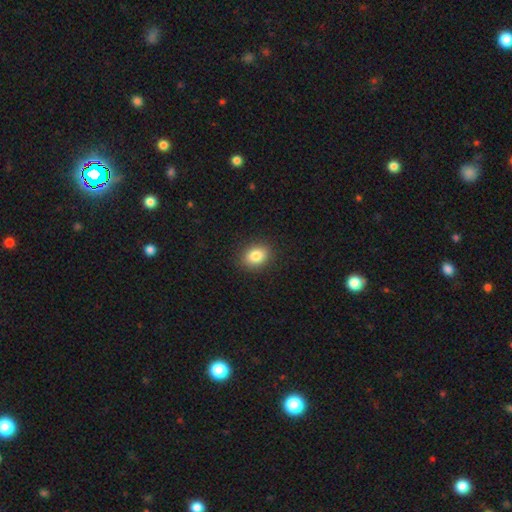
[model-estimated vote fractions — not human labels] A smooth galaxy with no disk features (84%) that is in between round and cigar-shaped (60%).

Vote fractions:
- Smooth or featured? smooth: 84% / star or artifact: 9% / featured or disk: 6%
- How rounded? in between: 60% / round: 39% / cigar-shaped: 1%
- Merging? none: 89% / minor disturbance: 8% / major disturbance: 2% / merger: 1%